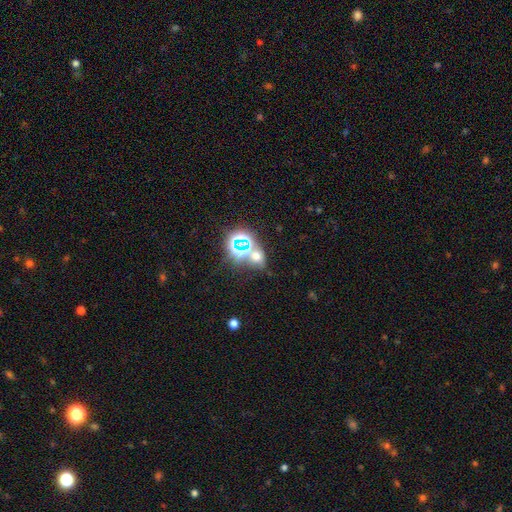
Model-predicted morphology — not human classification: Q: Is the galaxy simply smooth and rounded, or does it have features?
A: star or artifact — 45%.